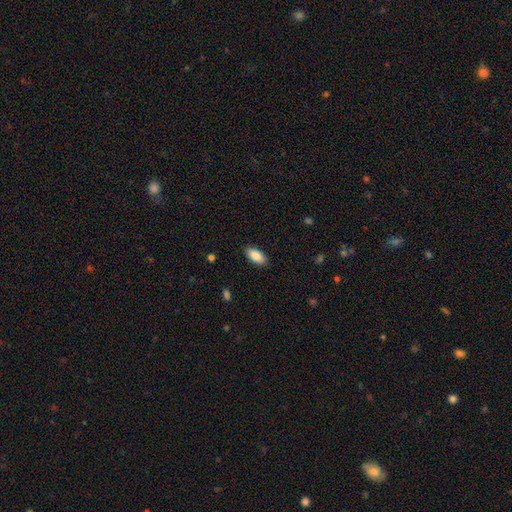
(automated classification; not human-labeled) A smooth galaxy with no disk features (88%) that is in between round and cigar-shaped (90%). Merging: none (89%).